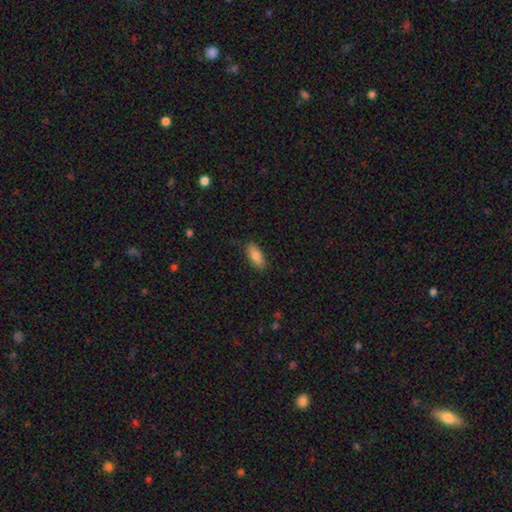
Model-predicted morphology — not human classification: smooth 81%, featured or disk 12%, star or artifact 7%. Down the decision tree: how rounded — in between (84%); merging — none (85%).